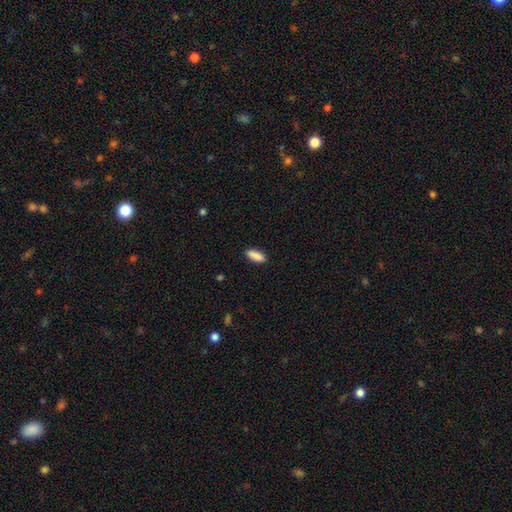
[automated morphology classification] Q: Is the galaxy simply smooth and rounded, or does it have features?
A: smooth — 89%.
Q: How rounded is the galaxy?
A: in between — 66%.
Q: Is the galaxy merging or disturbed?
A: none — 87%.